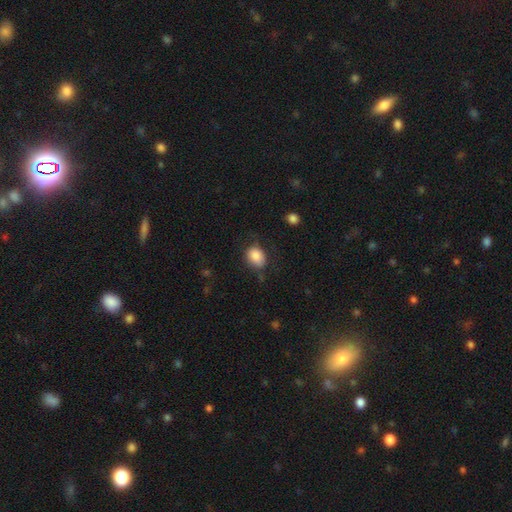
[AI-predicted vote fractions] This is clearly a smooth galaxy (86%). How rounded: likely in between (61%). Merging: likely none (67%).